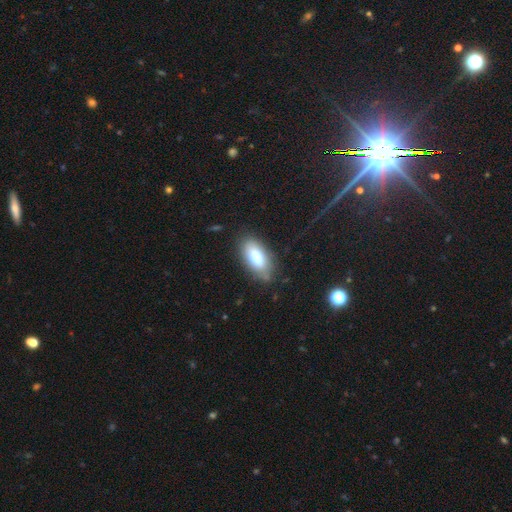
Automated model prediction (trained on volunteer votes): smooth 75%, featured or disk 18%, star or artifact 7%. Down the decision tree: how rounded — in between (90%); merging — none (78%).